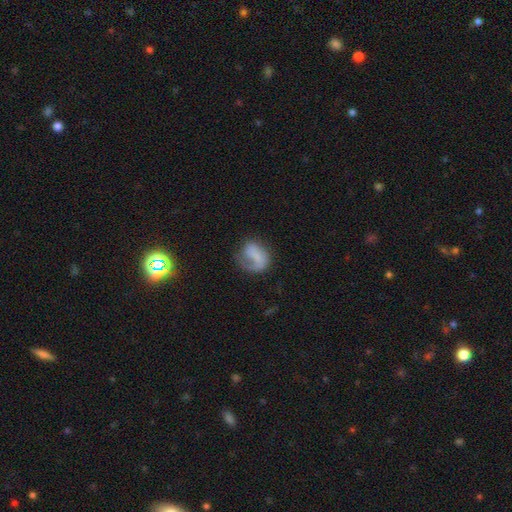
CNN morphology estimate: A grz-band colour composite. It shows a smooth galaxy with no disk features (48%). Merging: none (42%).